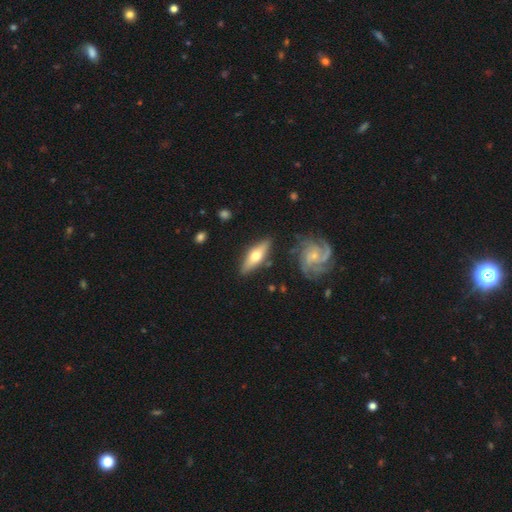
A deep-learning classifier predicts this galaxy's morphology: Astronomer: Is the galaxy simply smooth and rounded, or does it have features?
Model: featured or disk — 52% (runner-up: smooth, 42%).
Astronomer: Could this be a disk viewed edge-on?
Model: yes — 71%.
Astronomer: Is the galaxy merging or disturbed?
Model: none — 82%.